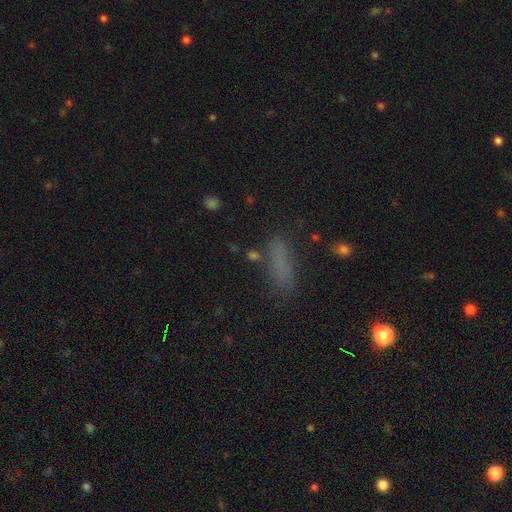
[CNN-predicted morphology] smooth-or-featured: smooth: 72% | star or artifact: 16% | featured or disk: 11%
  how-rounded: in between: 48% (tied) | cigar-shaped: 48% (tied) | round: 4%
  merging: none: 69% | minor disturbance: 18% | major disturbance: 8% | merger: 5%